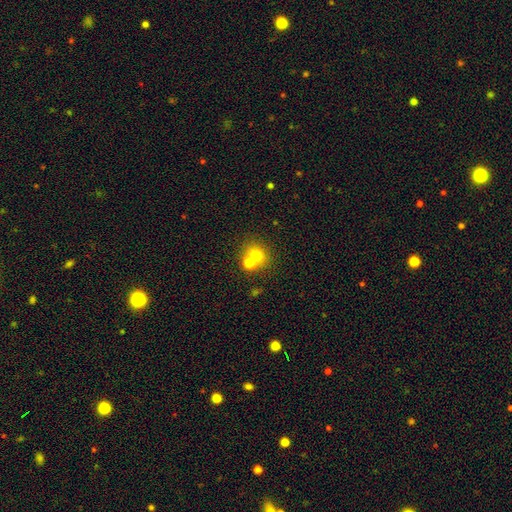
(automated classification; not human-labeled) This appears to be a smooth galaxy with no disk features (71%) that is round (75%). Merging: none (49%).